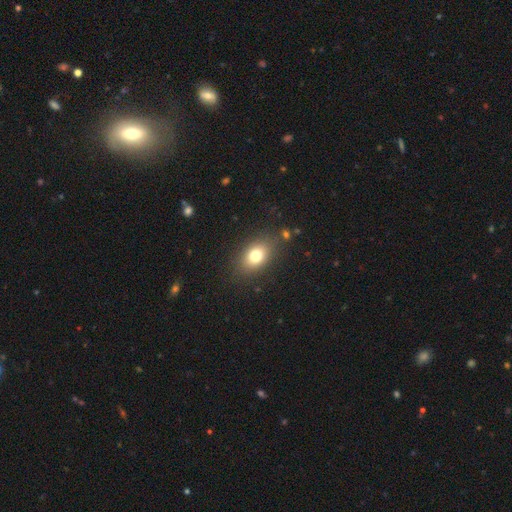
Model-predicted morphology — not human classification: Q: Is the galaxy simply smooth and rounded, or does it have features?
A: smooth — 77%.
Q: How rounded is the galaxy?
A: in between — 77%.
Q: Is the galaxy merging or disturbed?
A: none — 84%.